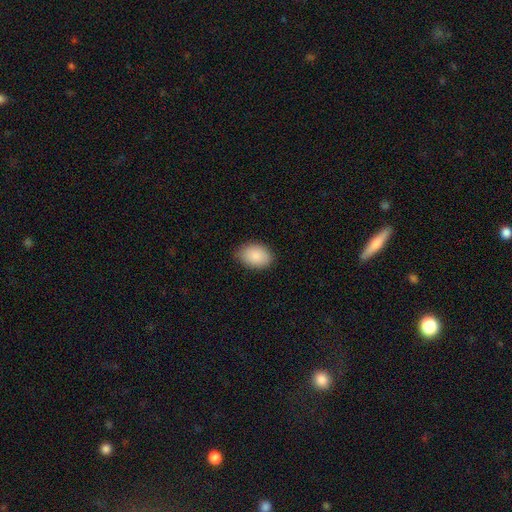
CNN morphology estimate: This appears to be a smooth galaxy with no disk features (89%) that is in between round and cigar-shaped (87%). Merging: none (84%).